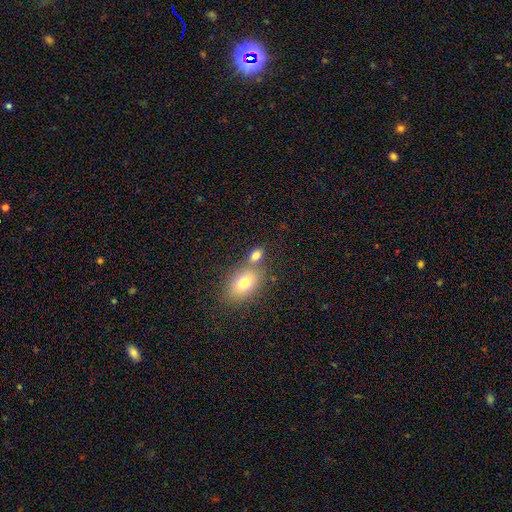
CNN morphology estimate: type=smooth (78%); roundness=in between (76%); merging=none (53%).